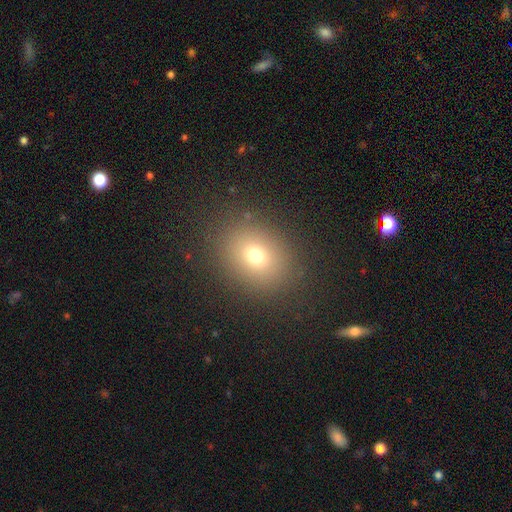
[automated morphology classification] smooth 72%, star or artifact 17%, featured or disk 11%. Down the decision tree: how rounded — round (51%); merging — none (87%).